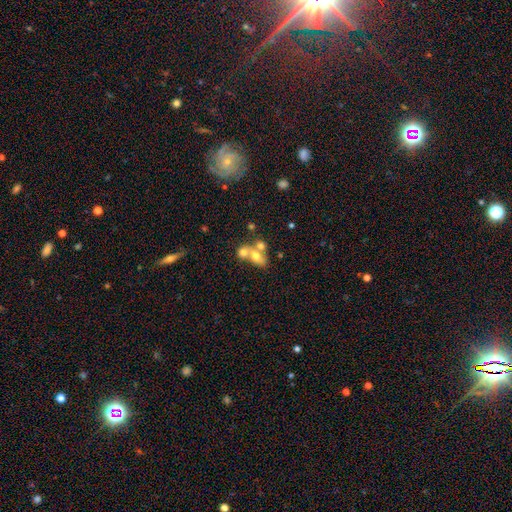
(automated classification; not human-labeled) The model was most divided on "how rounded": in between: 60%, round: 37%, cigar-shaped: 3%. More confident: merging — merger (67%); smooth or featured — smooth (62%).